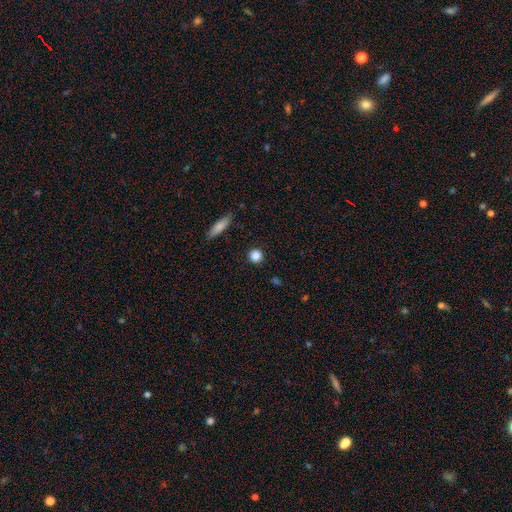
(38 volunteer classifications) Smooth or featured? smooth (87%)
How rounded? round (91%)
Merging? none (89%)